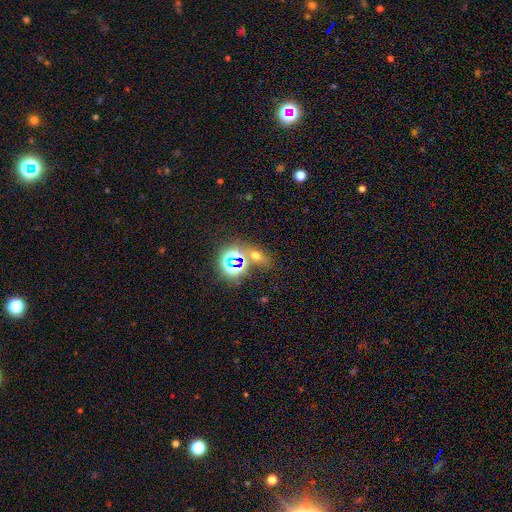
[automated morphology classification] Smooth or featured: star or artifact — 48% (smooth — 40%)